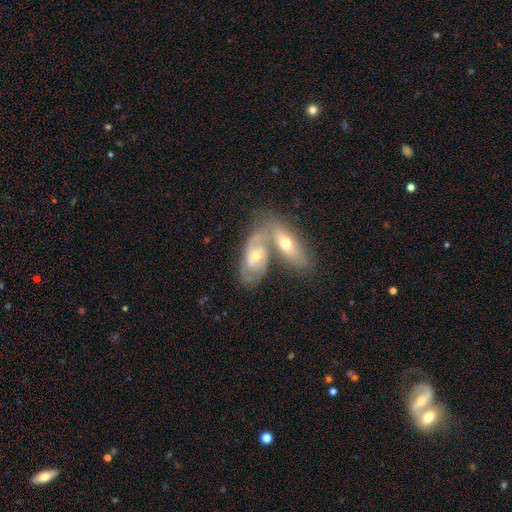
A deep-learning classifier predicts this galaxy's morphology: smooth-or-featured: featured or disk: 73% | smooth: 22% | star or artifact: 6%
  disk-edge-on: no: 90% | yes: 10%
    bar: no: 72% | weak: 23% | strong: 5%
    has-spiral-arms: yes: 81% | no: 19%
      spiral-winding: tight: 53% | medium: 37% | loose: 11%
      spiral-arm-count: 2: 57% | can't tell: 28% | 3: 7% | 1: 3% | 4: 2% | more than 4: 2%
    bulge-size: moderate: 55% | small: 40% | large: 2% | none: 1% | dominant: 1%
  merging: merger: 54% | none: 30% | minor disturbance: 10% | major disturbance: 5%